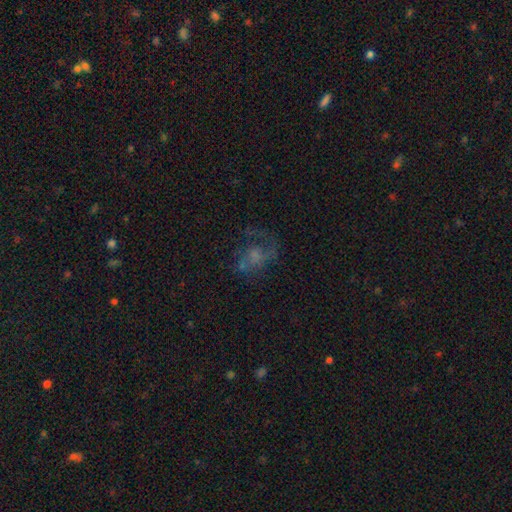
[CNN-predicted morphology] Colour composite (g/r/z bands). It shows a featured or disk galaxy (54%) with no bar (78%), spiral arms (62%) and no central bulge (37%). Merging: none (45%).